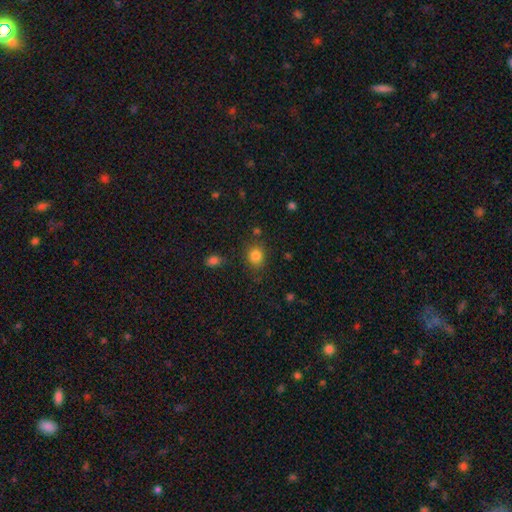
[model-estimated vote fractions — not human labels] A smooth galaxy with no disk features (83%) that is round (67%). Merging: none (78%).